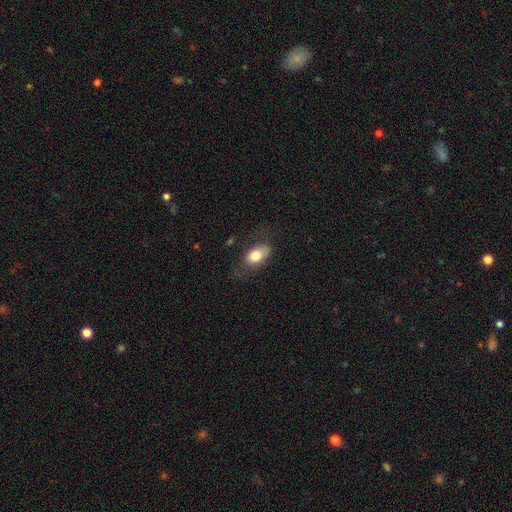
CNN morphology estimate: This is likely a smooth galaxy (75%). How rounded: clearly in between (88%). Merging: likely none (61%).